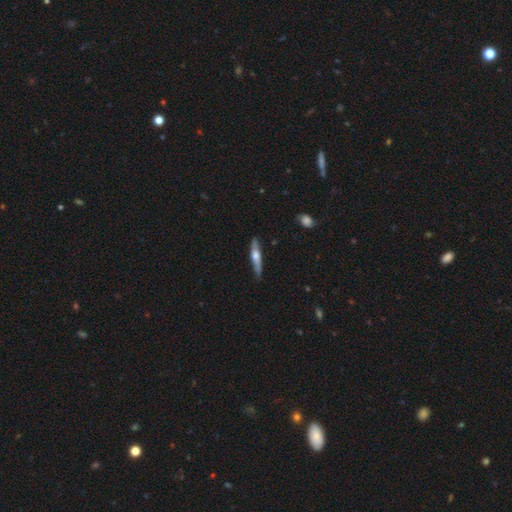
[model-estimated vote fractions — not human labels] Smooth or featured? featured or disk (54%)
Edge-on disk? yes (91%)
Merging? none (79%)